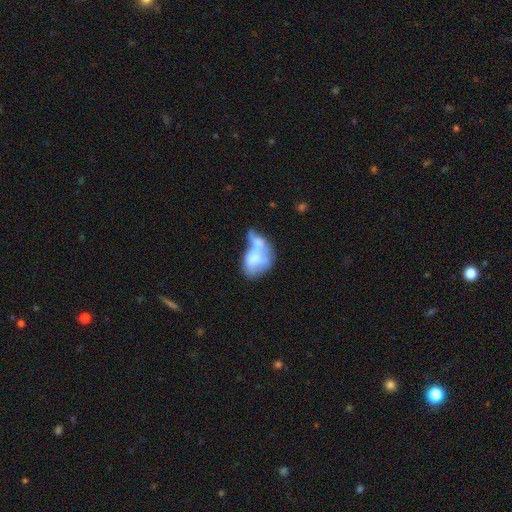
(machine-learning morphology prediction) Smooth or featured?
  - smooth: 45% * (tied)
  - featured or disk: 45% * (tied)
  - star or artifact: 9%
Merging?
  - merger: 48% *
  - major disturbance: 25%
  - none: 14%
  - minor disturbance: 14%